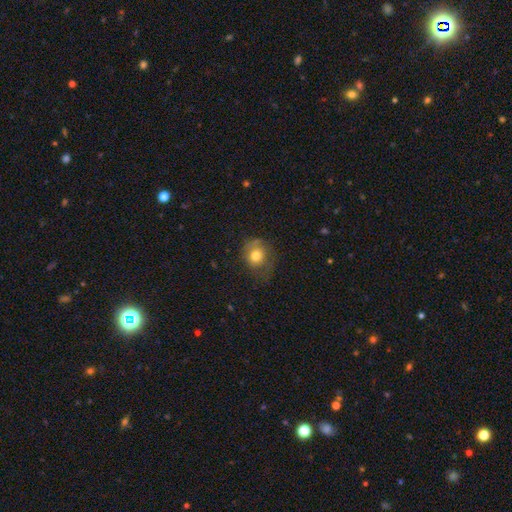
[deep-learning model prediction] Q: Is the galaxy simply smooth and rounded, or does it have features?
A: smooth — 73%.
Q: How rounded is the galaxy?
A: round — 76%.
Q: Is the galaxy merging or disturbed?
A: none — 57%.